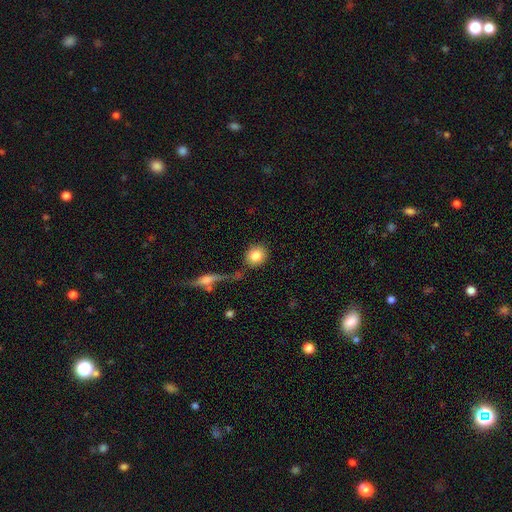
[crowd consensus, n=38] A smooth galaxy with no disk features (76%) that is round (69%).

Vote fractions:
- Smooth or featured? smooth: 76% / featured or disk: 16% / star or artifact: 8%
- How rounded? round: 69% / in between: 31% / cigar-shaped: 0%
- Merging? none: 69% / merger: 17% / minor disturbance: 11% / major disturbance: 3%